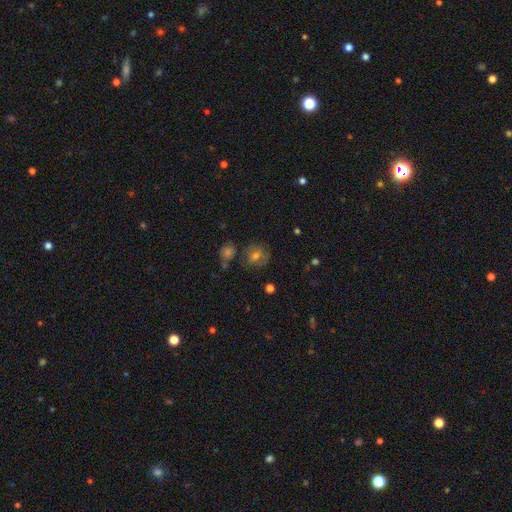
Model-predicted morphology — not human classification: smooth-or-featured: smooth: 58% | featured or disk: 28% | star or artifact: 14%
  how-rounded: round: 79% | in between: 20% | cigar-shaped: 1%
  merging: none: 68% | minor disturbance: 17% | merger: 8% | major disturbance: 7%